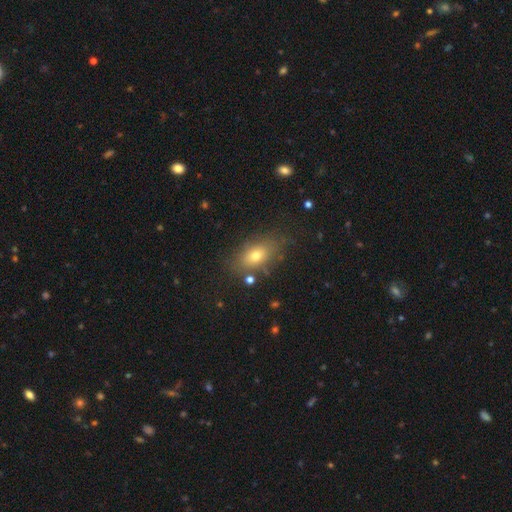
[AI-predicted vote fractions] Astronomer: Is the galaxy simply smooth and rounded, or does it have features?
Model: smooth — 73%.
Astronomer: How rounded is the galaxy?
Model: in between — 83%.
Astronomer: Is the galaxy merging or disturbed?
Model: none — 78%.